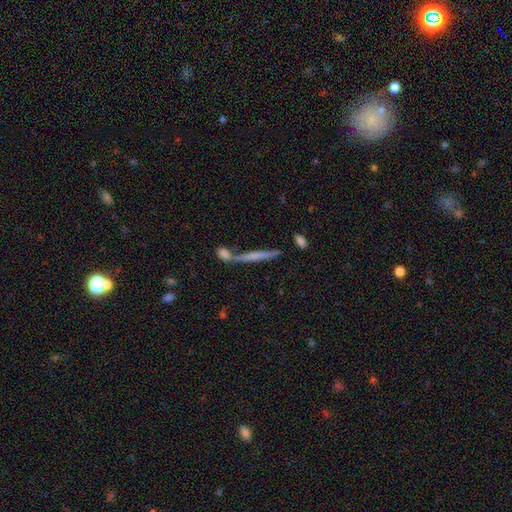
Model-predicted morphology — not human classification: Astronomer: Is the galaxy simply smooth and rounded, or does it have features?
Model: featured or disk — 47% (runner-up: smooth, 45%).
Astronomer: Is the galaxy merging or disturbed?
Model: none — 54% (runner-up: merger, 30%).